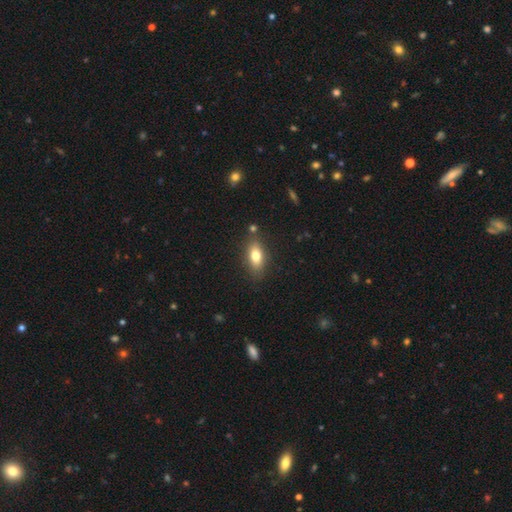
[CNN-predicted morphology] smooth_or_featured: smooth (p=0.77) [alt: featured or disk p=0.15]
how_rounded: in between (p=0.84) [alt: cigar-shaped p=0.09]
merging: none (p=0.80) [alt: minor disturbance p=0.13]